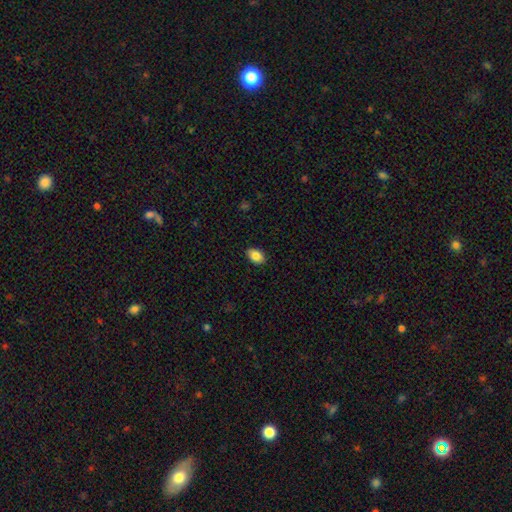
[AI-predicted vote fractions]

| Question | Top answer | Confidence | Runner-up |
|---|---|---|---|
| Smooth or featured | smooth | 86% | star or artifact (8%) |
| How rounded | in between | 87% | round (12%) |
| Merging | none | 89% | minor disturbance (8%) |